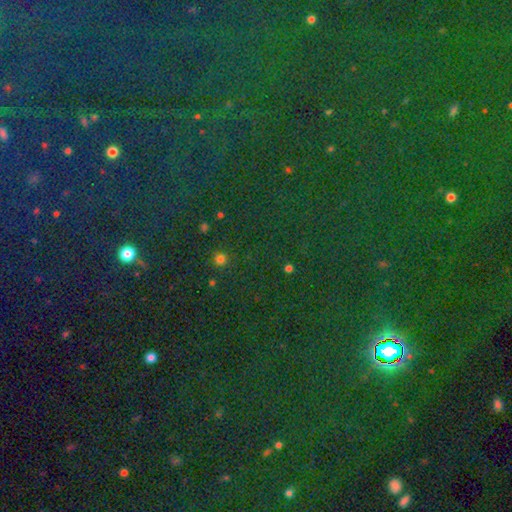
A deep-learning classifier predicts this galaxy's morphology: Smooth or featured: star or artifact — 79% (smooth — 14%)